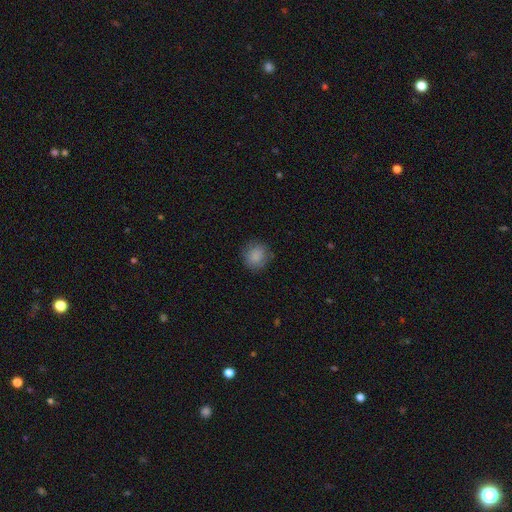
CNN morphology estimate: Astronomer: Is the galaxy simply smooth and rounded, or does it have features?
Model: smooth — 87%.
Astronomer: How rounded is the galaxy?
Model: round — 86%.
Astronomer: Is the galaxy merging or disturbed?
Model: none — 83%.